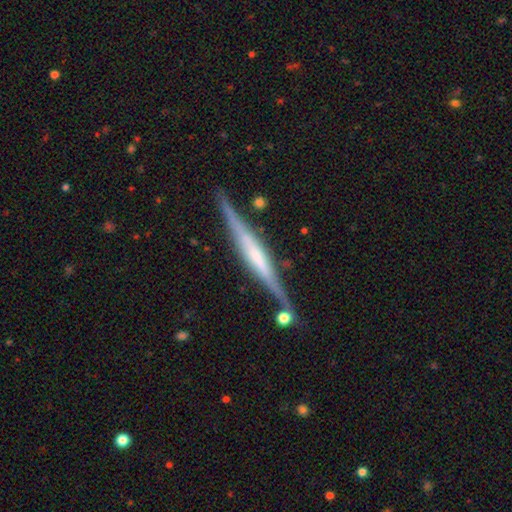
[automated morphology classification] Q: Smooth or featured?
A: featured or disk (74%); runner-up: smooth (21%)
Q: Edge-on disk?
A: yes (97%); runner-up: no (3%)
Q: Edge-on bulge?
A: boxy (34%); tied with: none (34%)
Q: Merging?
A: none (80%); runner-up: minor disturbance (13%)